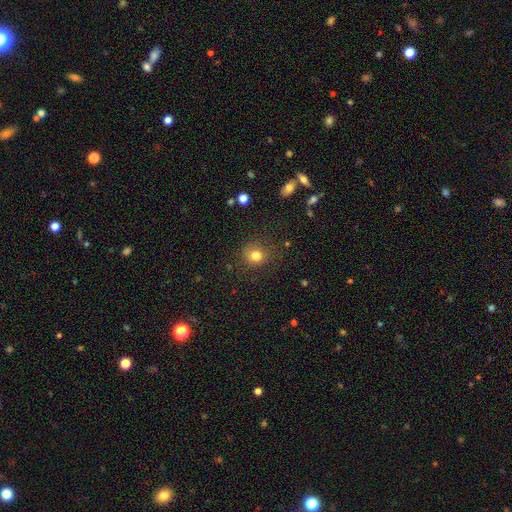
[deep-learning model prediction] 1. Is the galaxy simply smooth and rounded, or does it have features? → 80% smooth, 14% star or artifact, 6% featured or disk.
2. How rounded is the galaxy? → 83% round, 16% in between, 1% cigar-shaped.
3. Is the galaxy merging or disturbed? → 80% none, 13% minor disturbance, 5% major disturbance, 2% merger.